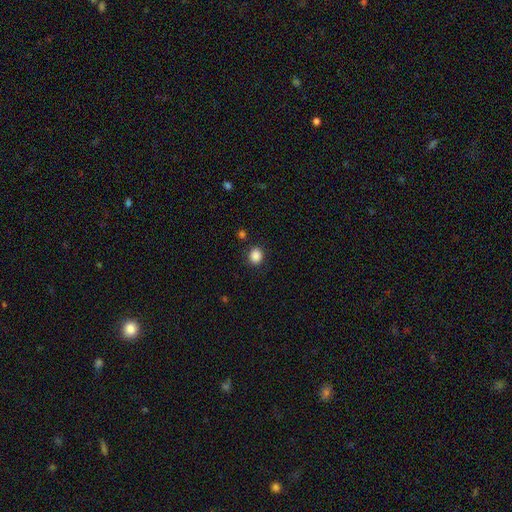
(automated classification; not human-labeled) Smooth or featured? smooth (87%)
How rounded? round (80%)
Merging? none (87%)